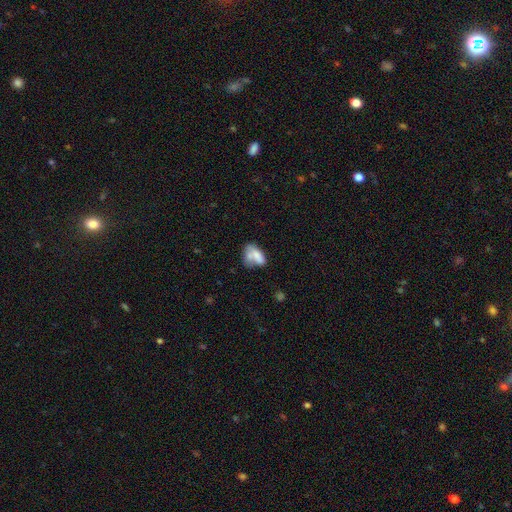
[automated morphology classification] smooth 64%, featured or disk 27%, star or artifact 9%. Down the decision tree: how rounded — in between (83%); merging — merger (42%).